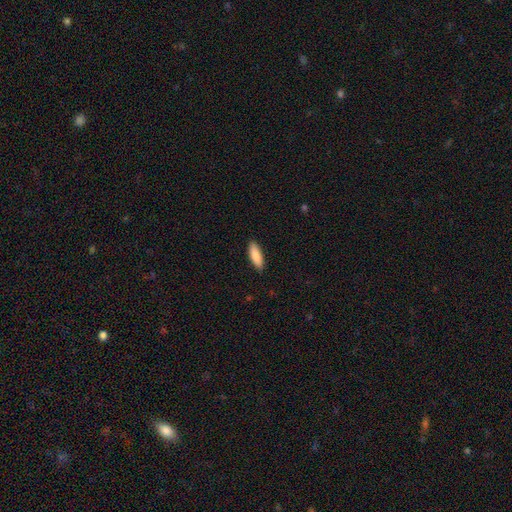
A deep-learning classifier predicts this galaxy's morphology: smooth_or_featured: smooth (p=0.88) [alt: featured or disk p=0.07]
how_rounded: in between (p=0.58) [alt: cigar-shaped p=0.41]
merging: none (p=0.89) [alt: minor disturbance p=0.09]